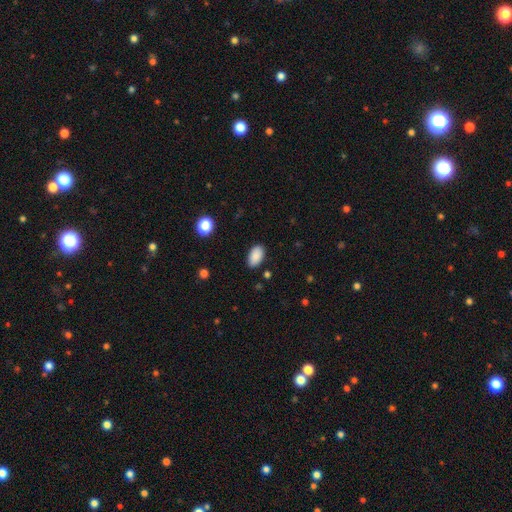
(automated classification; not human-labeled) smooth 89%, star or artifact 7%, featured or disk 3%. Down the decision tree: how rounded — in between (94%); merging — none (87%).